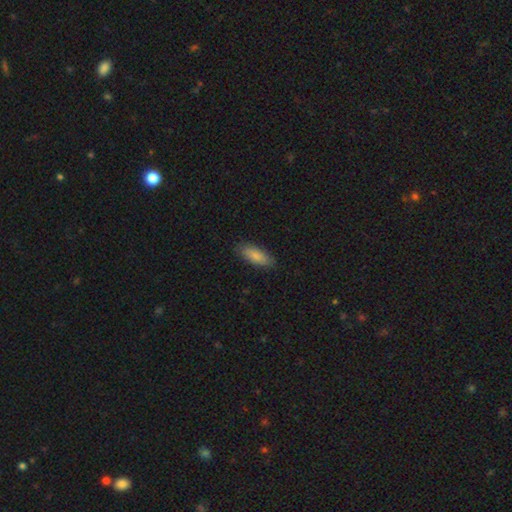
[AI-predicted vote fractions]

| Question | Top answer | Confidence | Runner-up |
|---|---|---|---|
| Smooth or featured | smooth | 86% | featured or disk (9%) |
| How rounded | in between | 75% | cigar-shaped (23%) |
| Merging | none | 85% | minor disturbance (12%) |